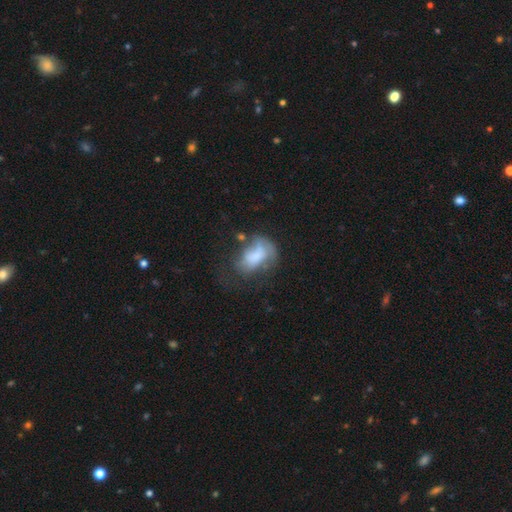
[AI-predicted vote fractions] This appears to be a smooth galaxy with no disk features (55%) that is in between round and cigar-shaped (82%). Merging: major disturbance (38%).